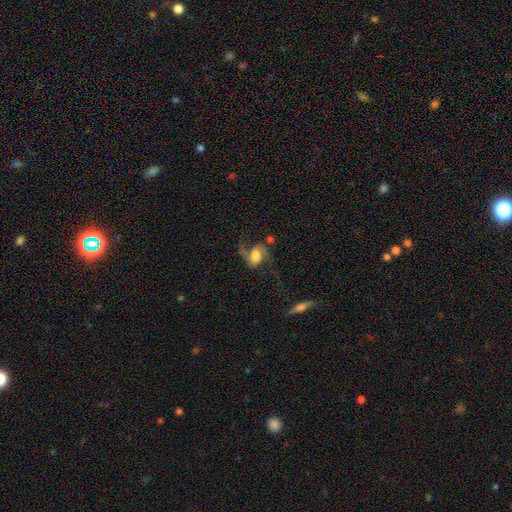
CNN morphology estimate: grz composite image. It shows a featured or disk galaxy (68%) with no bar (43%), 2 (87%) loose (67%) spiral arms (92%) and a moderate central bulge (41%). Merging: none (55%).